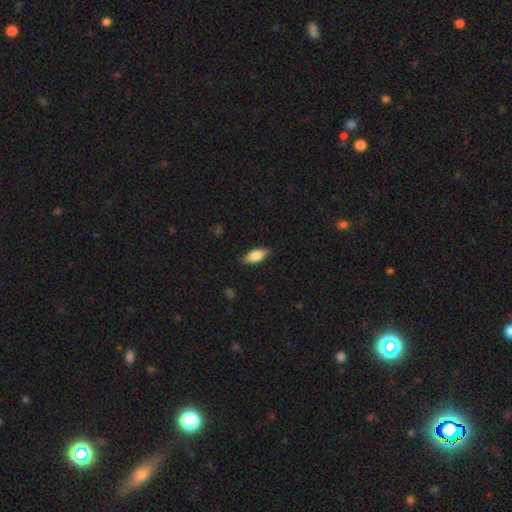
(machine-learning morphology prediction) smooth 75%, featured or disk 19%, star or artifact 6%. Down the decision tree: how rounded — in between (83%); merging — none (84%).